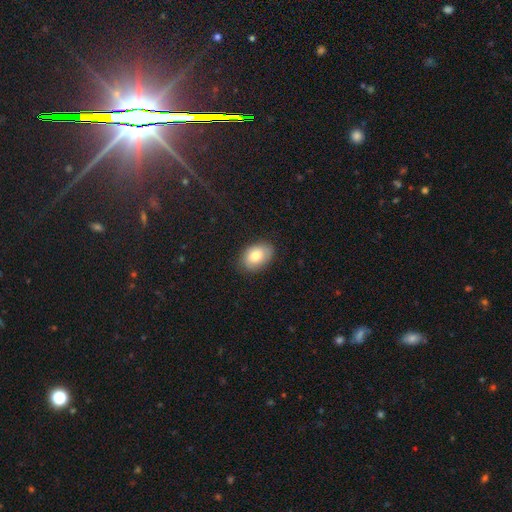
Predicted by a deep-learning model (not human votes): A smooth galaxy with no disk features (79%) that is in between round and cigar-shaped (84%).

Vote fractions:
- Smooth or featured? smooth: 79% / featured or disk: 13% / star or artifact: 7%
- How rounded? in between: 84% / round: 15% / cigar-shaped: 1%
- Merging? none: 83% / minor disturbance: 13% / major disturbance: 3% / merger: 1%